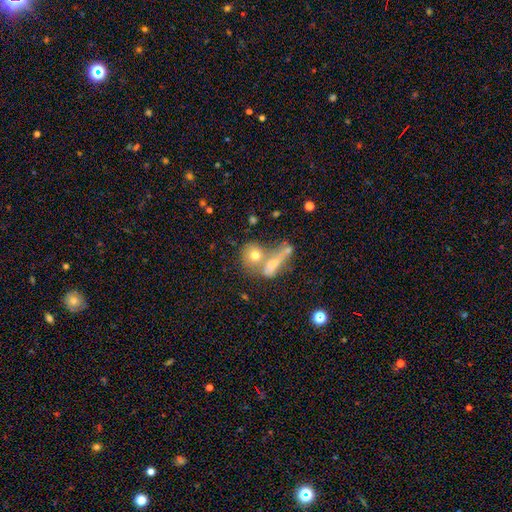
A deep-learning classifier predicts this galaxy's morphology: The model was most divided on "merging": merger: 49%, none: 34%, minor disturbance: 9%, major disturbance: 8%. More confident: smooth or featured — smooth (60%); how rounded — round (59%).